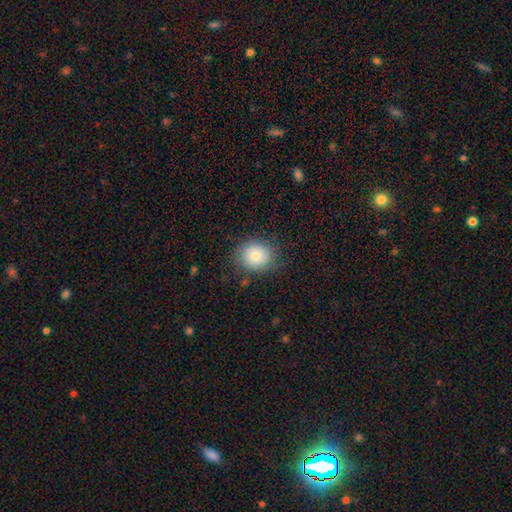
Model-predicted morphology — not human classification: Smooth or featured?
  - smooth: 80% *
  - featured or disk: 11%
  - star or artifact: 9%
How rounded?
  - round: 67% *
  - in between: 32%
  - cigar-shaped: 1%
Merging?
  - none: 76% *
  - minor disturbance: 17%
  - major disturbance: 6%
  - merger: 1%